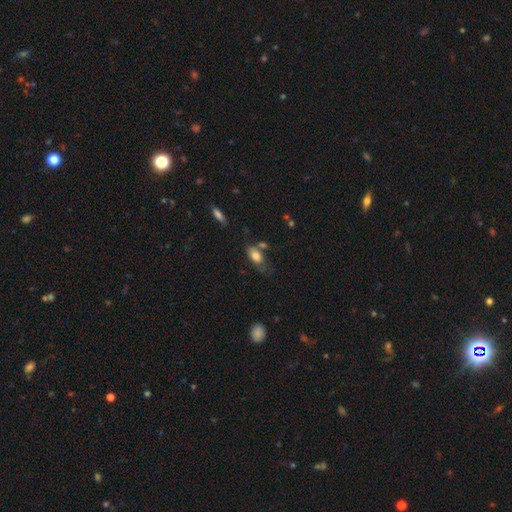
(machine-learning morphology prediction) Smooth or featured: smooth — 76% (featured or disk — 16%)
How rounded: in between — 89% (cigar-shaped — 6%)
Merging: none — 46% (minor disturbance — 28%)